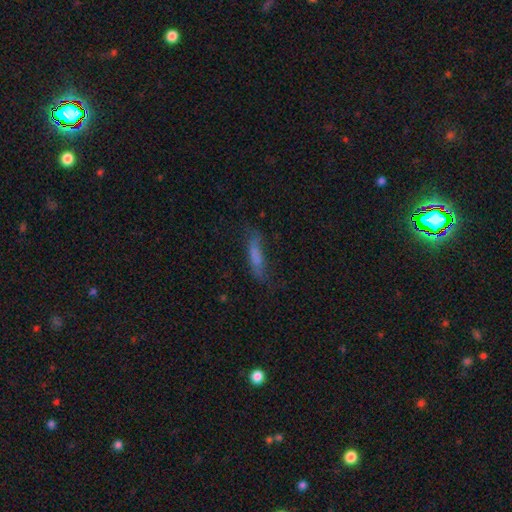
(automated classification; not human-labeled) The model was most divided on "merging": none: 55%, minor disturbance: 26%, major disturbance: 16%, merger: 3%. More confident: how rounded — cigar-shaped (70%); smooth or featured — smooth (61%).